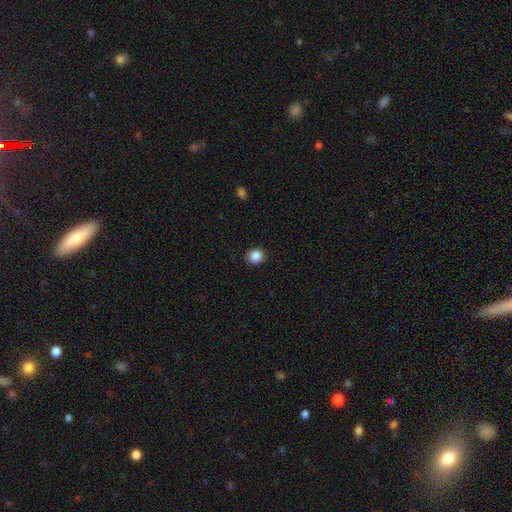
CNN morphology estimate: The model was most divided on "how rounded": round: 81%, in between: 18%, cigar-shaped: 1%. More confident: merging — none (89%); smooth or featured — smooth (87%).